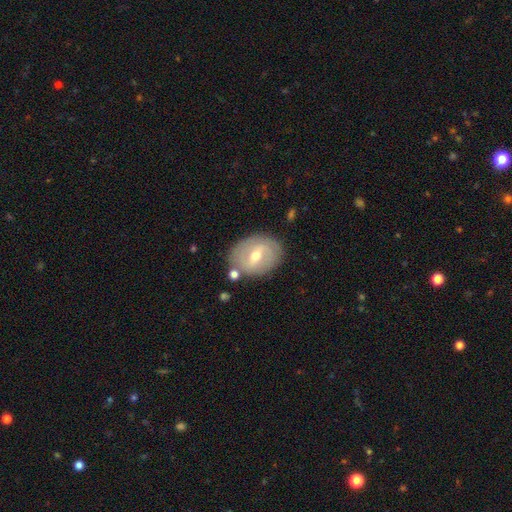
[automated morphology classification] Q: Smooth or featured?
A: featured or disk (64%); runner-up: smooth (29%)
Q: Edge-on disk?
A: no (94%); runner-up: yes (6%)
Q: Bar?
A: weak (55%); runner-up: strong (27%)
Q: Spiral arms?
A: yes (62%); runner-up: no (38%)
Q: Bulge size?
A: moderate (65%); runner-up: small (31%)
Q: Merging?
A: none (77%); runner-up: minor disturbance (15%)